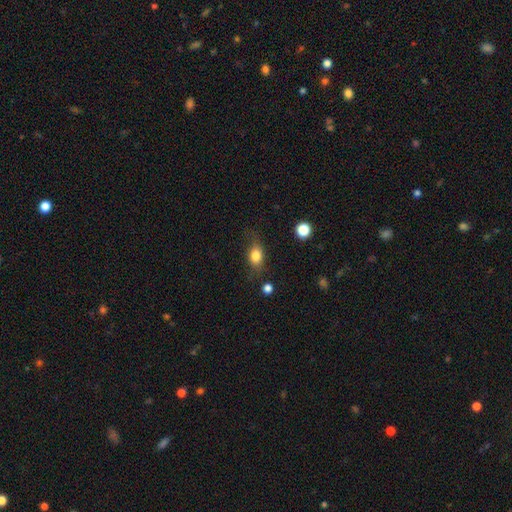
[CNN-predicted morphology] Smooth or featured?
  - smooth: 80% *
  - featured or disk: 12%
  - star or artifact: 9%
How rounded?
  - in between: 73% *
  - round: 23%
  - cigar-shaped: 4%
Merging?
  - none: 67% *
  - minor disturbance: 23%
  - major disturbance: 8%
  - merger: 2%